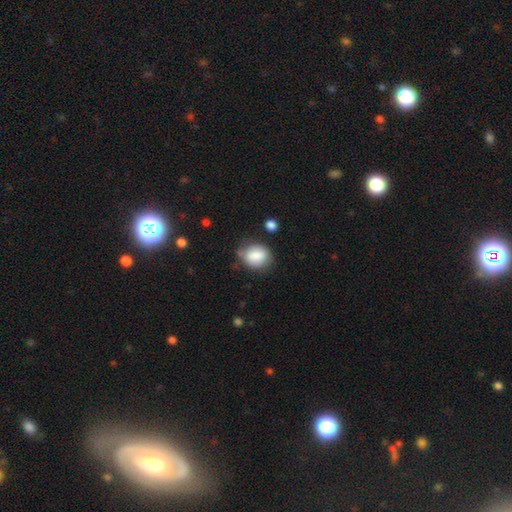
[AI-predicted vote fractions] A smooth galaxy with no disk features (82%) that is round (50%). Merging: none (64%).